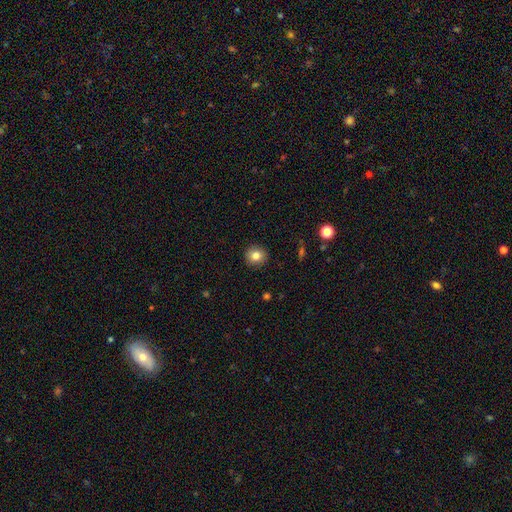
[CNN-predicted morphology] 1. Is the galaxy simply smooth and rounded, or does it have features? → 81% smooth, 10% star or artifact, 9% featured or disk.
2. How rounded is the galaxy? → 89% round, 10% in between, 1% cigar-shaped.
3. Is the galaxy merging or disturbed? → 91% none, 7% minor disturbance, 2% major disturbance, 1% merger.